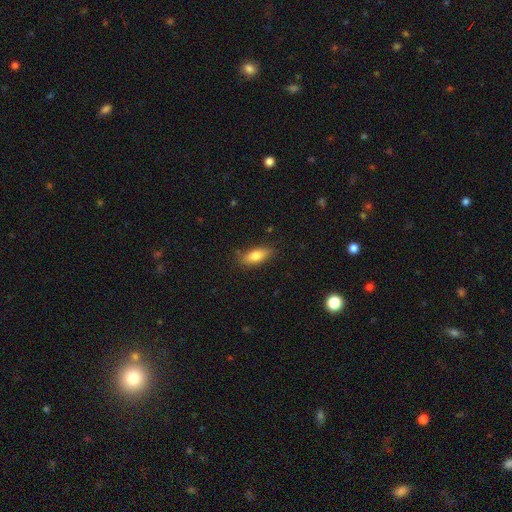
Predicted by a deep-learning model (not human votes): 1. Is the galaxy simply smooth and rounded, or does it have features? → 79% smooth, 14% featured or disk, 7% star or artifact.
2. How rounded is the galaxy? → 78% in between, 19% cigar-shaped, 3% round.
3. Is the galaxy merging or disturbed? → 80% none, 15% minor disturbance, 3% major disturbance, 2% merger.